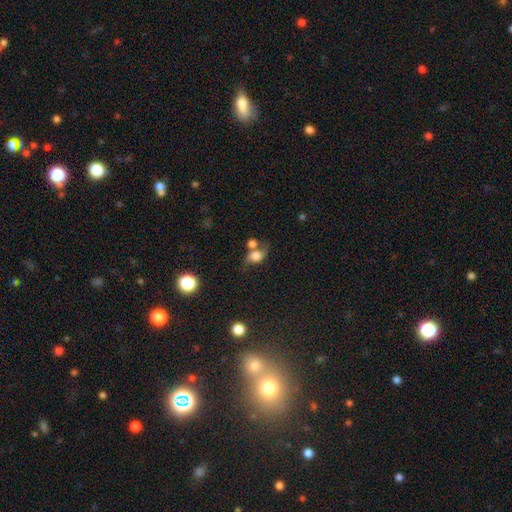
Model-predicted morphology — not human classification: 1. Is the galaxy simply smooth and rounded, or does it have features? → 63% smooth, 24% featured or disk, 13% star or artifact.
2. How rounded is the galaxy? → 62% in between, 35% round, 3% cigar-shaped.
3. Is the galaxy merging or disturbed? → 37% none, 30% merger, 19% minor disturbance, 14% major disturbance.